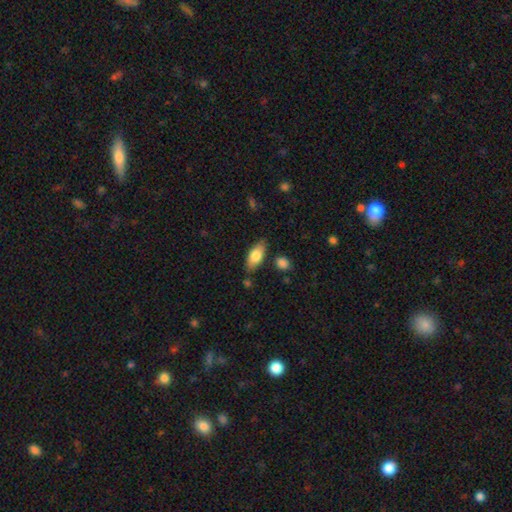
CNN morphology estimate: A smooth galaxy with no disk features (76%) that is in between round and cigar-shaped (82%). Merging: none (79%).